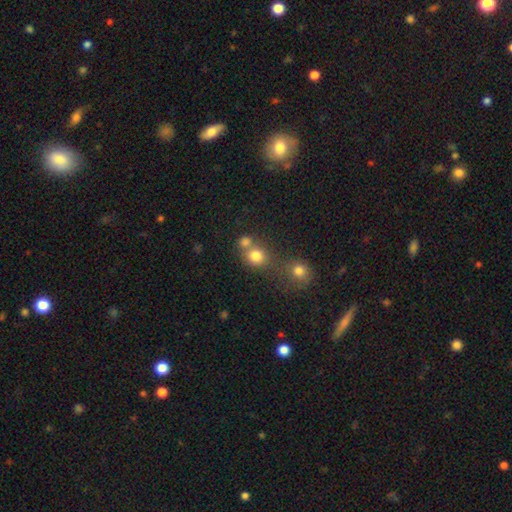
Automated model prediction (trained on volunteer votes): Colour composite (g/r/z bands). It shows a smooth galaxy with no disk features (79%) that is round (83%). Merging: none (50%).